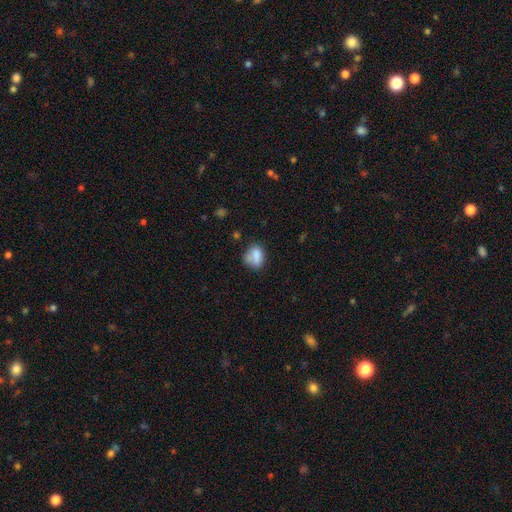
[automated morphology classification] Q: Smooth or featured?
A: smooth (78%); runner-up: featured or disk (12%)
Q: How rounded?
A: in between (60%); runner-up: round (37%)
Q: Merging?
A: none (50%); runner-up: minor disturbance (25%)